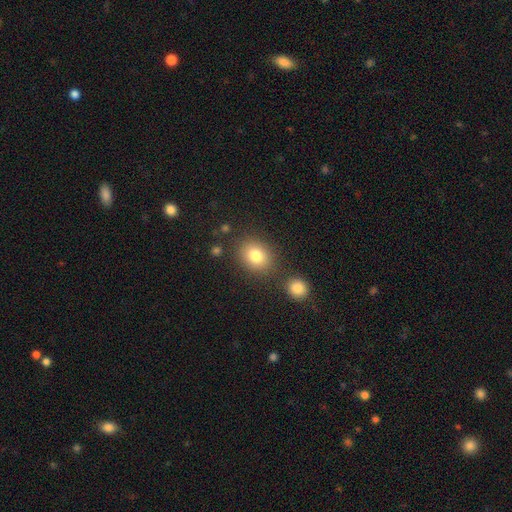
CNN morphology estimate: This is clearly a smooth galaxy (82%). How rounded: possibly in between (50%). Merging: likely none (76%).